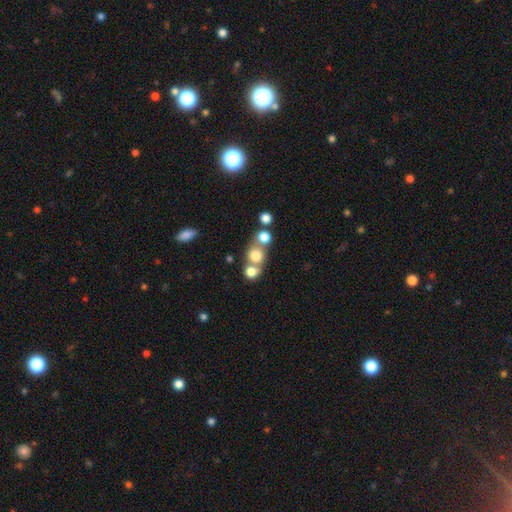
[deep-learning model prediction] Smooth or featured: smooth — 74% (featured or disk — 13%)
How rounded: round — 79% (in between — 20%)
Merging: merger — 47% (none — 42%)